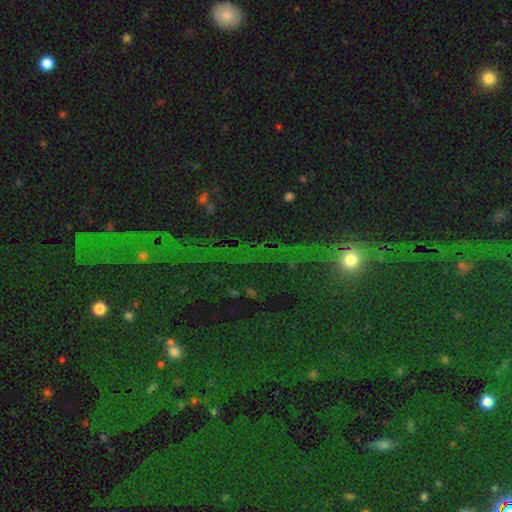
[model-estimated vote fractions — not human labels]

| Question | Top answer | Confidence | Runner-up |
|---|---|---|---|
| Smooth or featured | star or artifact | 70% | smooth (16%) |